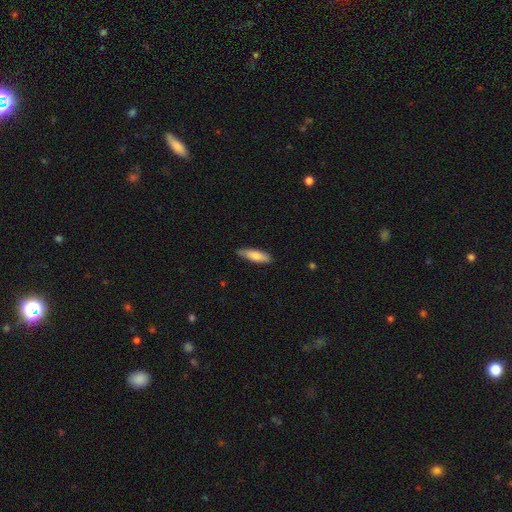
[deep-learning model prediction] Morphology: type=smooth (77%); roundness=cigar-shaped (61%); merging=none (82%).